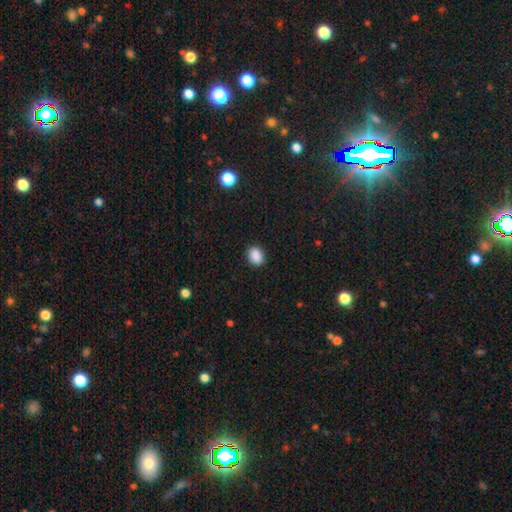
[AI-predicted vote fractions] Smooth or featured?
  - smooth: 89% *
  - star or artifact: 9%
  - featured or disk: 3%
How rounded?
  - in between: 63% *
  - round: 36%
  - cigar-shaped: 1%
Merging?
  - none: 87% *
  - minor disturbance: 10%
  - major disturbance: 2%
  - merger: 1%